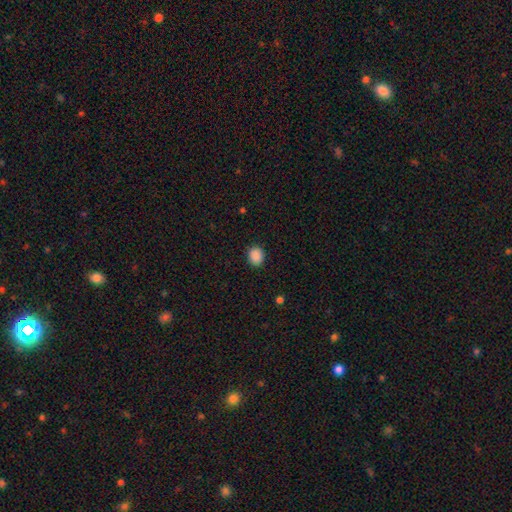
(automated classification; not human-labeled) Morphology: type=smooth (88%); roundness=round (66%); merging=none (89%).